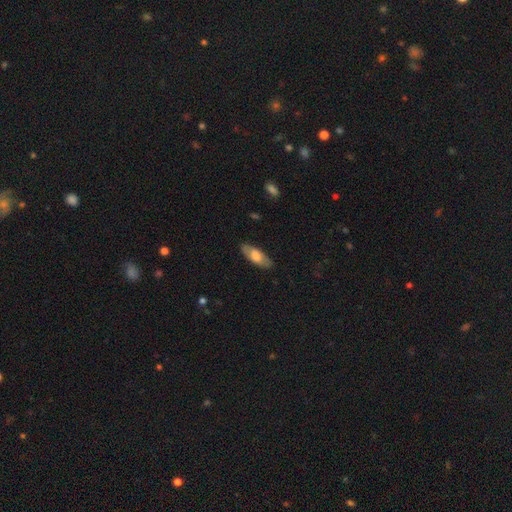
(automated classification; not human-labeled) Q: Smooth or featured?
A: smooth (63%); runner-up: featured or disk (31%)
Q: How rounded?
A: in between (74%); runner-up: cigar-shaped (24%)
Q: Merging?
A: none (83%); runner-up: minor disturbance (13%)